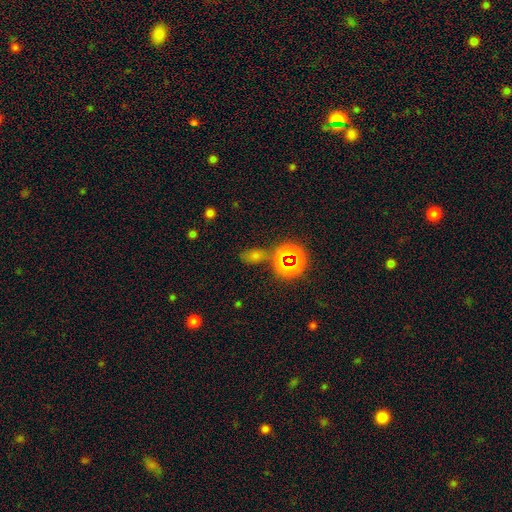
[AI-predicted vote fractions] This is possibly a star or artifact rather than a galaxy (49%).